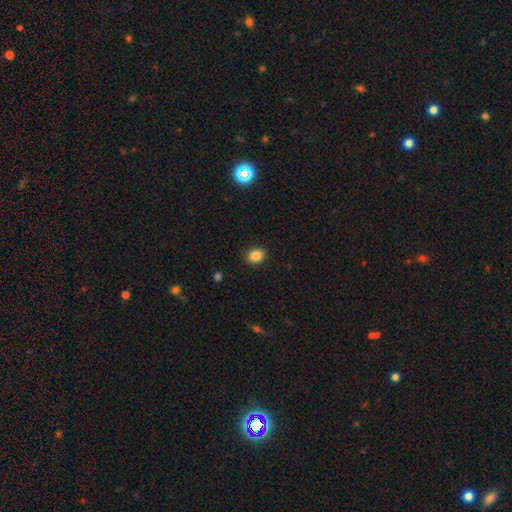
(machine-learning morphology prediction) smooth-or-featured: smooth: 86% | star or artifact: 10% | featured or disk: 4%
  how-rounded: in between: 52% | round: 47% | cigar-shaped: 1%
  merging: none: 90% | minor disturbance: 7% | major disturbance: 2% | merger: 1%